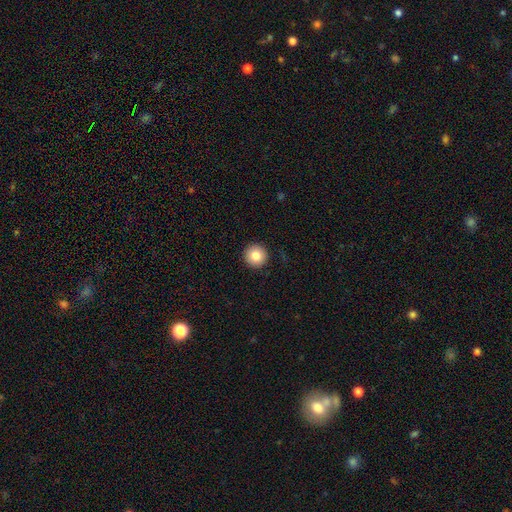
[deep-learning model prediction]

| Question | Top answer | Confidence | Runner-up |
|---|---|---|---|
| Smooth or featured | smooth | 82% | star or artifact (10%) |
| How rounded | round | 96% | in between (3%) |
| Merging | none | 92% | minor disturbance (5%) |